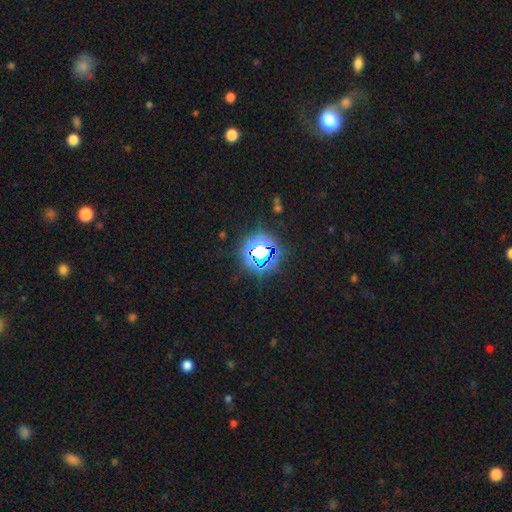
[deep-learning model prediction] A star or artifact, not a galaxy (75%).